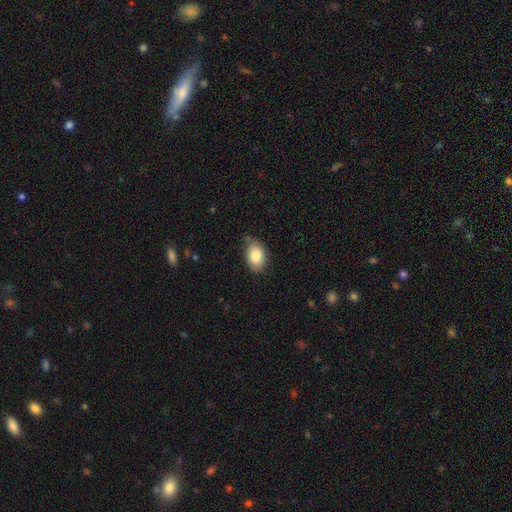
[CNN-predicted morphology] Smooth or featured?
  - smooth: 83% *
  - featured or disk: 10%
  - star or artifact: 7%
How rounded?
  - in between: 88% *
  - round: 11%
  - cigar-shaped: 1%
Merging?
  - none: 71% *
  - minor disturbance: 24%
  - major disturbance: 4%
  - merger: 2%